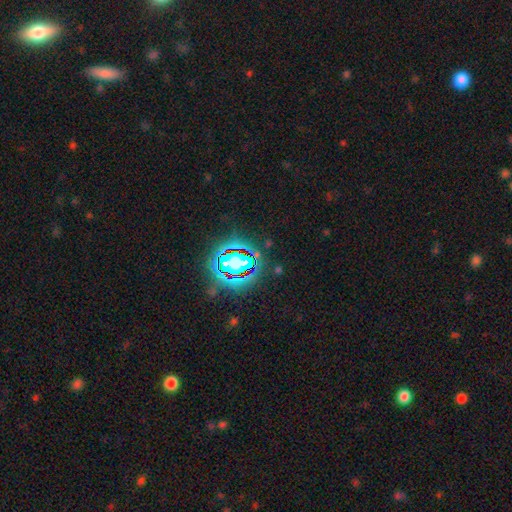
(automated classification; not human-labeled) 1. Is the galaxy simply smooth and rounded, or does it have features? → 75% star or artifact, 15% smooth, 10% featured or disk.